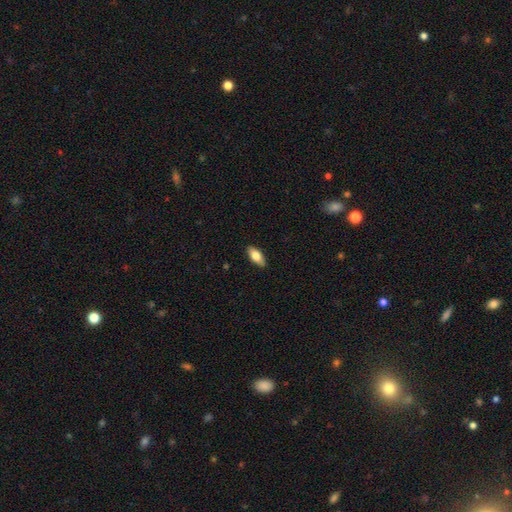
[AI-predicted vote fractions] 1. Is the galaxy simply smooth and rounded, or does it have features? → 77% smooth, 16% featured or disk, 6% star or artifact.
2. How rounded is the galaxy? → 84% in between, 14% cigar-shaped, 3% round.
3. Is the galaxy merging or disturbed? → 88% none, 9% minor disturbance, 2% major disturbance, 1% merger.